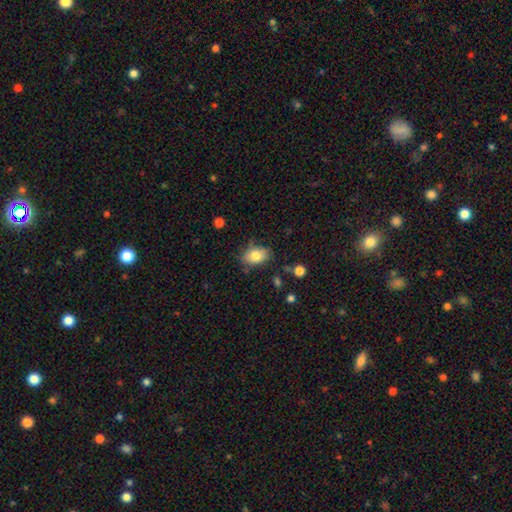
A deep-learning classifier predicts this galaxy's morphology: A smooth galaxy with no disk features (79%) that is in between round and cigar-shaped (82%).

Vote fractions:
- Smooth or featured? smooth: 79% / featured or disk: 13% / star or artifact: 8%
- How rounded? in between: 82% / round: 17% / cigar-shaped: 1%
- Merging? none: 72% / minor disturbance: 20% / major disturbance: 5% / merger: 3%